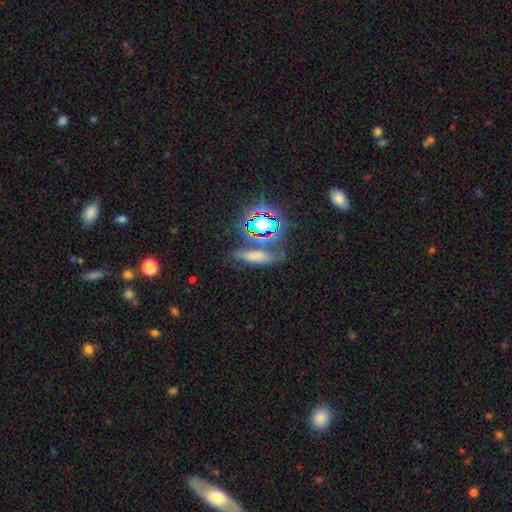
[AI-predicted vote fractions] smooth 54%, star or artifact 29%, featured or disk 17%. Down the decision tree: how rounded — cigar-shaped (49%); merging — none (67%).